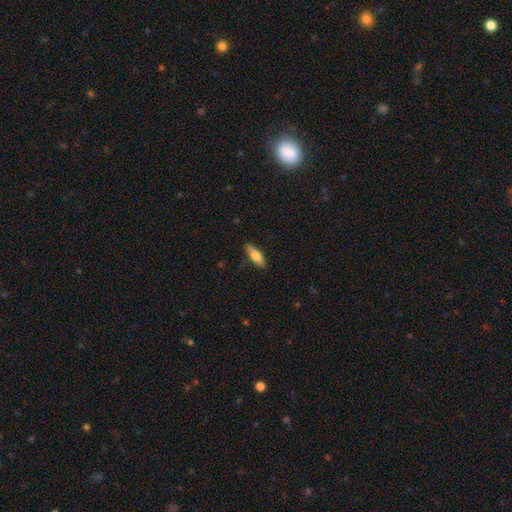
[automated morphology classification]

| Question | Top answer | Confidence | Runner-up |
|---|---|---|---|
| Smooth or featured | smooth | 73% | featured or disk (21%) |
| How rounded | in between | 58% | cigar-shaped (40%) |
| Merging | none | 86% | minor disturbance (11%) |